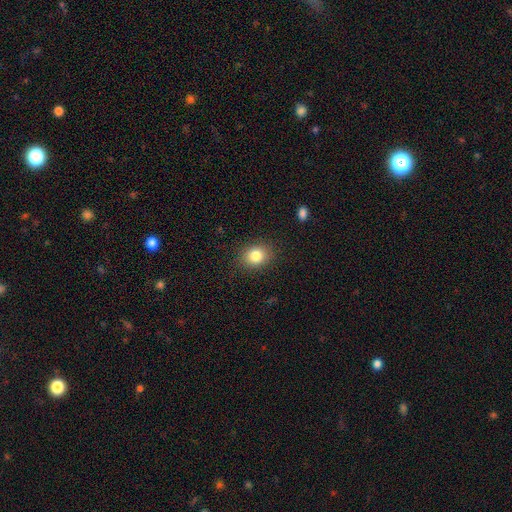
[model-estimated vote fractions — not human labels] Smooth or featured? Predicted: smooth (p=0.83). How rounded? Predicted: round (p=0.58). Merging? Predicted: none (p=0.87).